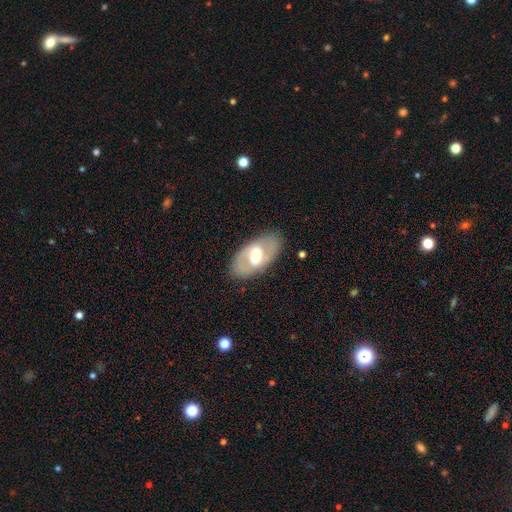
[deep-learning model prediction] Smooth or featured: featured or disk — 64% (smooth — 31%)
Edge-on disk: no — 92% (yes — 8%)
Bar: weak — 44% (strong — 29%)
Spiral arms: yes — 53% (no — 47%)
Bulge size: moderate — 57% (large — 25%)
Merging: none — 83% (minor disturbance — 11%)